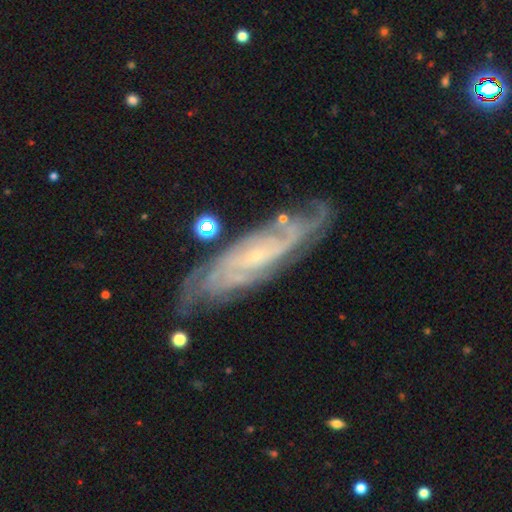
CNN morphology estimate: This is clearly a featured or disk galaxy (87%). It is clearly not viewed edge-on (85%). Bar: likely no (62%). Spiral arm pattern: clearly yes (97%). Spiral arm count: marginally can't tell (31%). Spiral winding: likely tight (67%). Central bulge: clearly small (83%). Merging: likely none (76%).